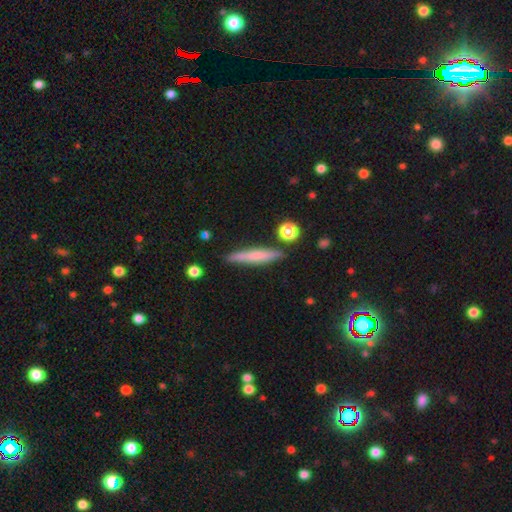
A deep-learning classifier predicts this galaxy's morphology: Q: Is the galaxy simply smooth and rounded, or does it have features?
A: smooth — 62%.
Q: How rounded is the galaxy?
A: cigar-shaped — 92%.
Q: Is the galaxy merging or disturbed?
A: none — 86%.